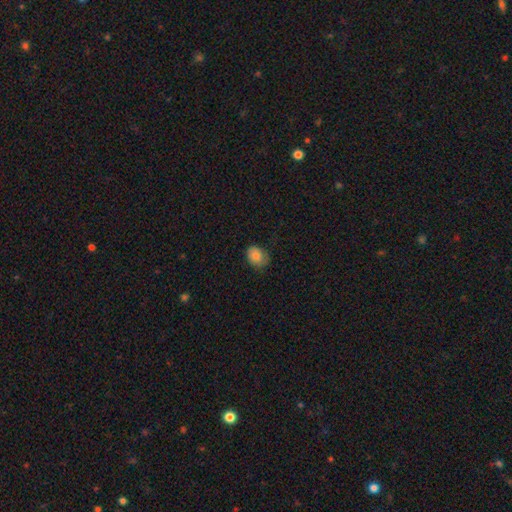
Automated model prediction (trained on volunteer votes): smooth 80%, featured or disk 11%, star or artifact 9%. Down the decision tree: how rounded — in between (53%); merging — none (74%).